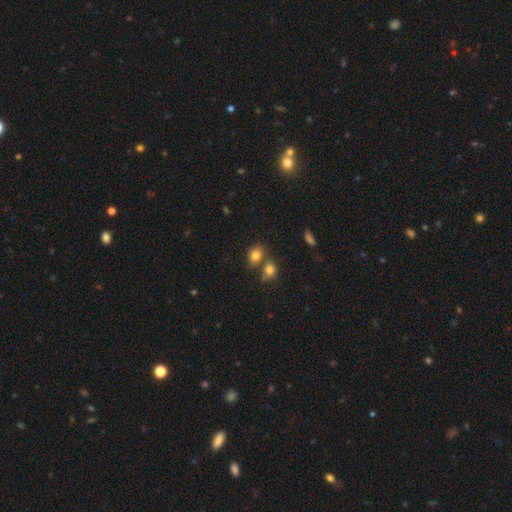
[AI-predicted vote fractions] Smooth or featured?
  - smooth: 81% *
  - star or artifact: 11%
  - featured or disk: 8%
How rounded?
  - in between: 52% *
  - round: 47%
  - cigar-shaped: 1%
Merging?
  - none: 53% *
  - merger: 31%
  - minor disturbance: 12%
  - major disturbance: 4%